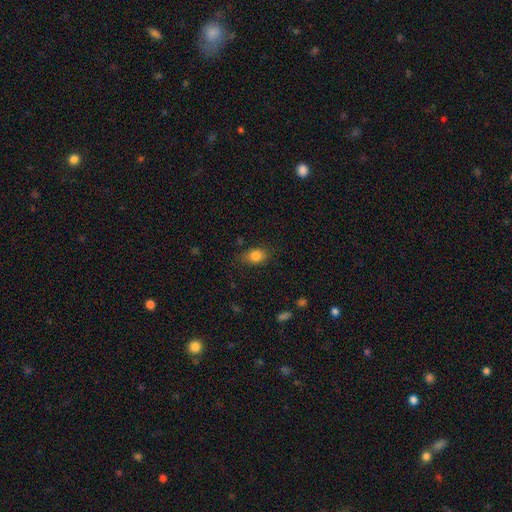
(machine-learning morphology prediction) Smooth or featured? smooth (83%)
How rounded? in between (70%)
Merging? none (75%)